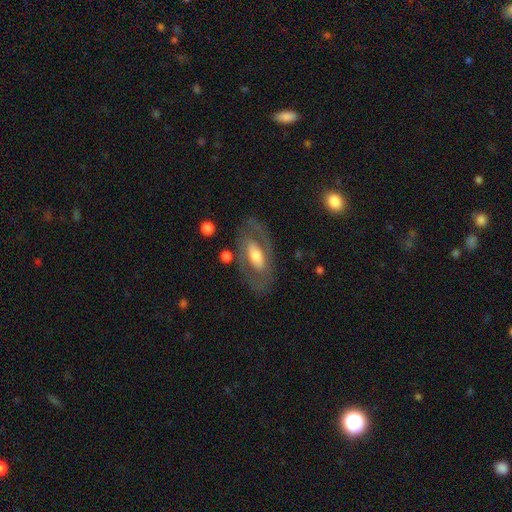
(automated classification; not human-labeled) Smooth or featured? featured or disk (60%)
Edge-on disk? no (87%)
Bar? no (54%)
Spiral arms? no (65%)
Bulge size? moderate (54%)
Merging? none (74%)